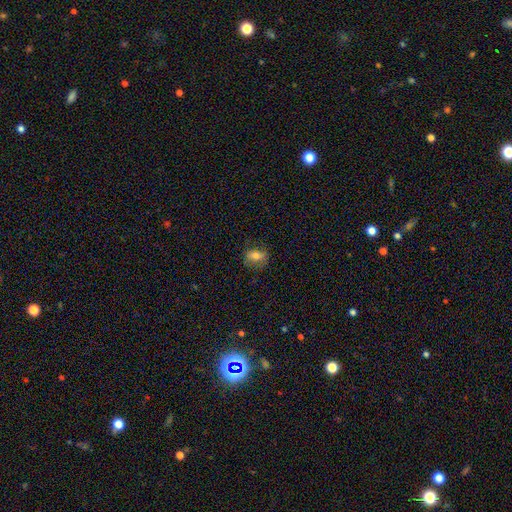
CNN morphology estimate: Smooth or featured: smooth — 70% (featured or disk — 20%)
How rounded: in between — 70% (round — 26%)
Merging: none — 74% (minor disturbance — 18%)